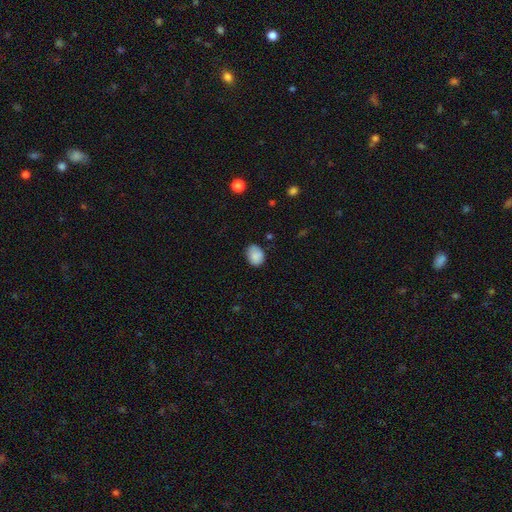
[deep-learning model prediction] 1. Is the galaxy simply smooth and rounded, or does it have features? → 85% smooth, 8% star or artifact, 6% featured or disk.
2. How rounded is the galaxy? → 59% in between, 40% round, 1% cigar-shaped.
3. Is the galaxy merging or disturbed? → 68% none, 25% minor disturbance, 5% major disturbance, 2% merger.